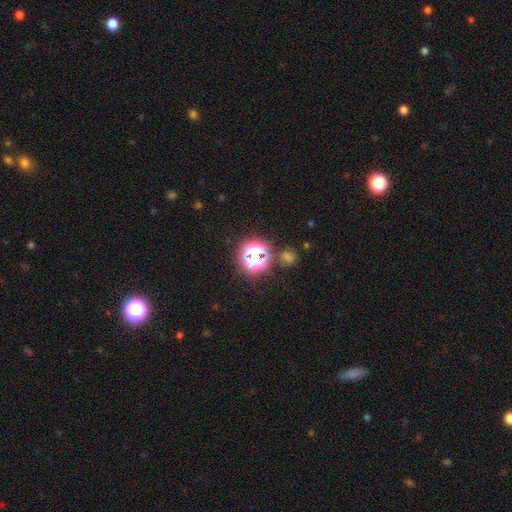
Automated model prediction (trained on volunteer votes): Morphology: type=star or artifact (52%).